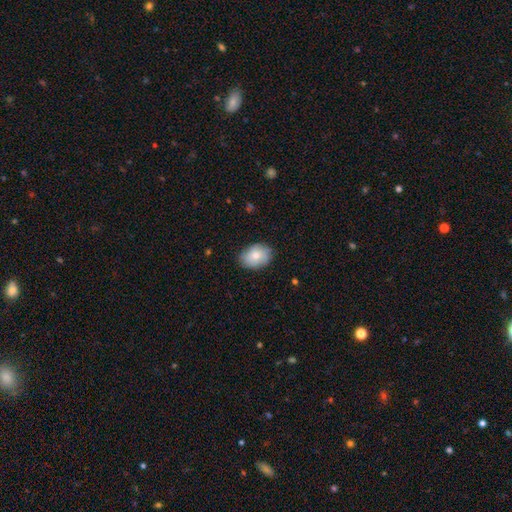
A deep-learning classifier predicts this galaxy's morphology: The model was most divided on "how rounded": in between: 75%, round: 24%, cigar-shaped: 1%. More confident: merging — none (81%); smooth or featured — smooth (76%).